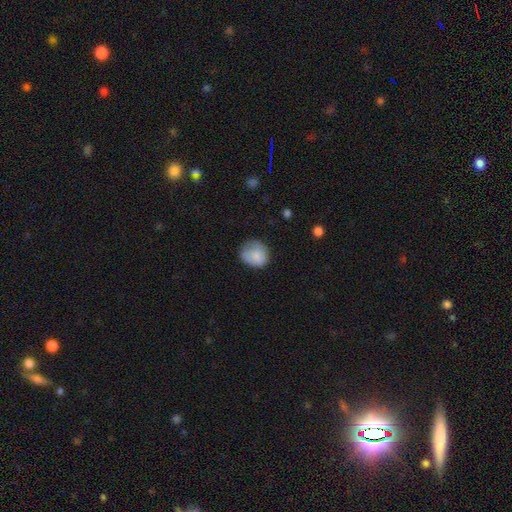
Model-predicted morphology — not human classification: Overall: smooth (84%). How rounded: round (78%). Merging: none (62%; minor disturbance 27%).